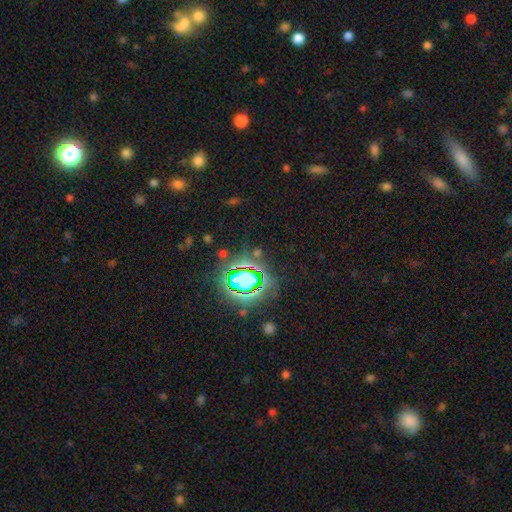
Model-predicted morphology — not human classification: star or artifact 74%, smooth 17%, featured or disk 10%.